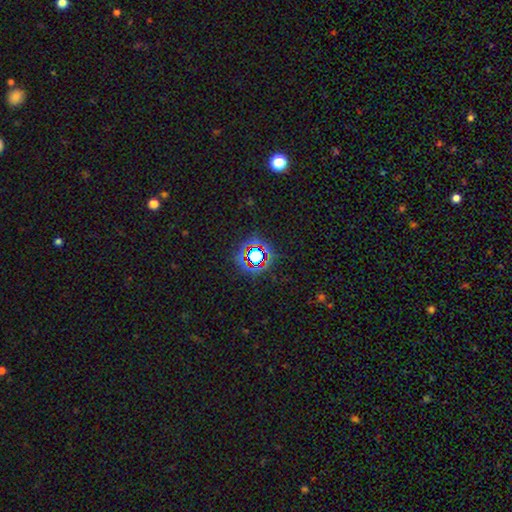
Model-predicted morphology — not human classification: Q: Smooth or featured?
A: star or artifact (67%); runner-up: smooth (21%)